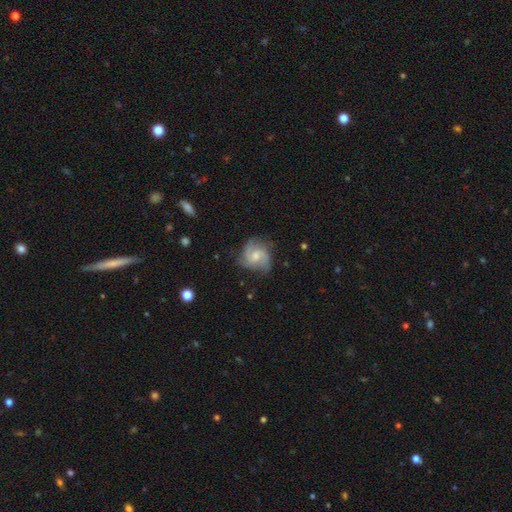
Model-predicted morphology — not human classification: The model was most divided on "bar": no: 56%, weak: 39%, strong: 6%. Remaining: edge-on disk — no (97%); spiral arms — yes (93%); smooth or featured — featured or disk (70%); merging — none (67%); spiral arm count — 2 (55%); bulge size — moderate (53%); spiral winding — medium (49%).